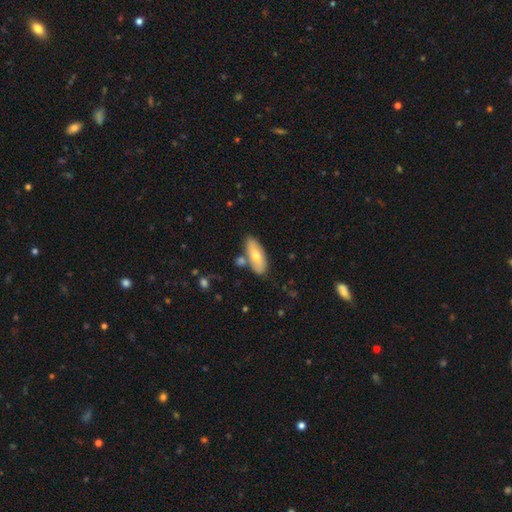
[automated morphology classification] Smooth or featured?
  - smooth: 65% *
  - featured or disk: 28%
  - star or artifact: 6%
How rounded?
  - in between: 78% *
  - cigar-shaped: 19%
  - round: 3%
Merging?
  - none: 76% *
  - minor disturbance: 12%
  - merger: 9%
  - major disturbance: 3%